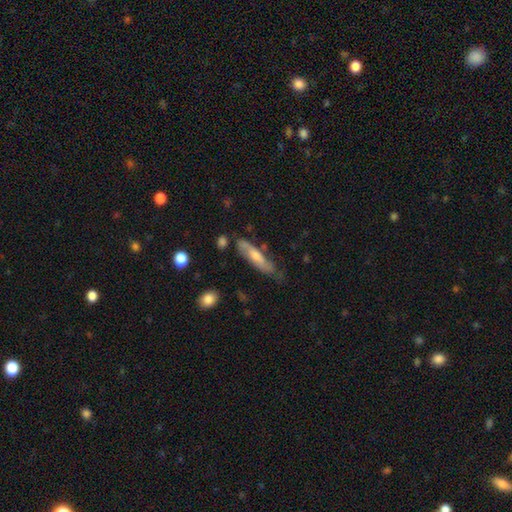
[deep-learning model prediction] A featured or disk galaxy (48%).

Vote fractions:
- Smooth or featured? featured or disk: 48% / smooth: 46% / star or artifact: 6%
- Merging? none: 62% / minor disturbance: 27% / major disturbance: 8% / merger: 3%